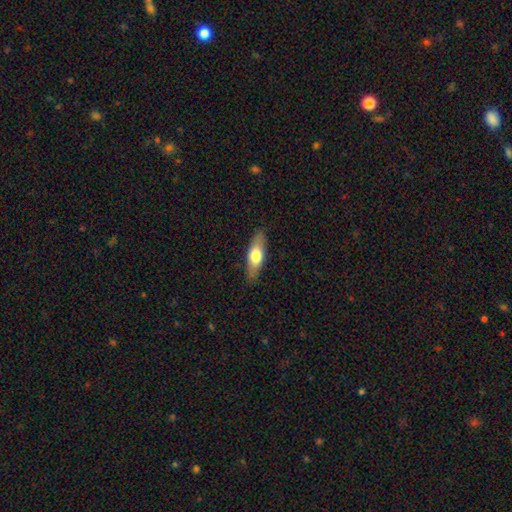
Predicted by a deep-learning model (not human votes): A smooth galaxy with no disk features (63%) that is in between round and cigar-shaped (60%).

Vote fractions:
- Smooth or featured? smooth: 63% / featured or disk: 31% / star or artifact: 6%
- How rounded? in between: 60% / cigar-shaped: 37% / round: 3%
- Merging? none: 86% / minor disturbance: 11% / major disturbance: 2% / merger: 1%